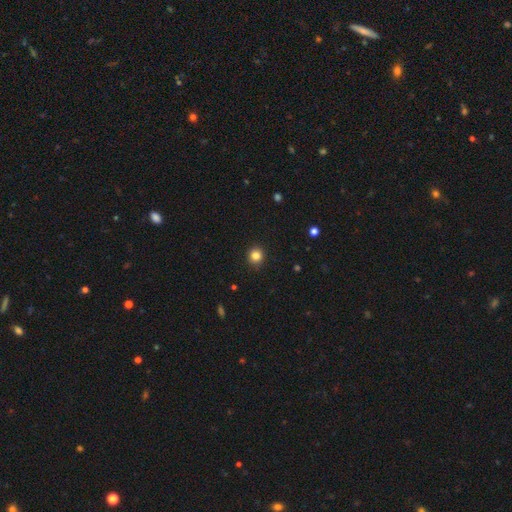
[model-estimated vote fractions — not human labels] Smooth or featured?
  - smooth: 84% *
  - star or artifact: 12%
  - featured or disk: 5%
How rounded?
  - round: 90% *
  - in between: 9%
  - cigar-shaped: 1%
Merging?
  - none: 91% *
  - minor disturbance: 6%
  - major disturbance: 2%
  - merger: 1%